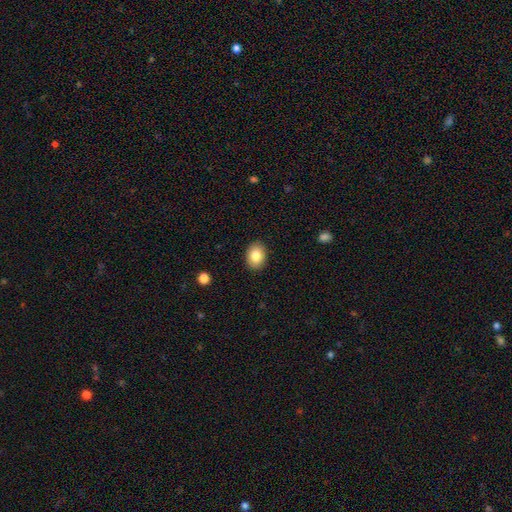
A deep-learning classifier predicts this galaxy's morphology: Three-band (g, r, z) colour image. It shows a smooth galaxy with no disk features (85%) that is in between round and cigar-shaped (65%). Merging: none (90%).